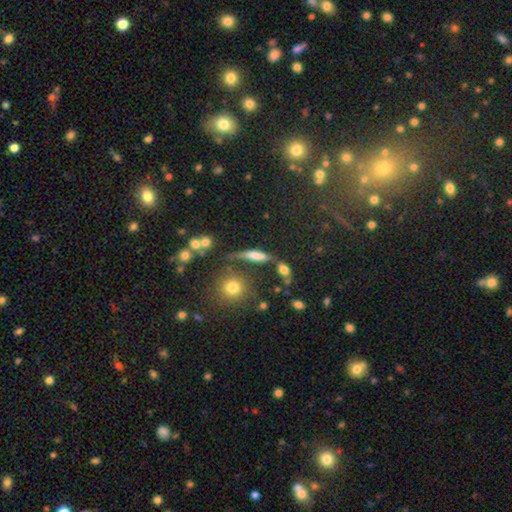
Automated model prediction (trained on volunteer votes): This is likely a smooth galaxy (62%). How rounded: possibly cigar-shaped (58%). Merging: possibly none (55%).